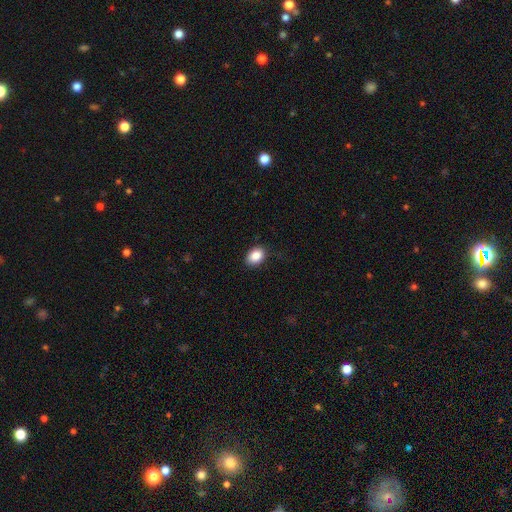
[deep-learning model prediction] A smooth galaxy with no disk features (88%) that is in between round and cigar-shaped (74%).

Vote fractions:
- Smooth or featured? smooth: 88% / star or artifact: 8% / featured or disk: 4%
- How rounded? in between: 74% / round: 25% / cigar-shaped: 1%
- Merging? none: 85% / minor disturbance: 12% / major disturbance: 3% / merger: 1%